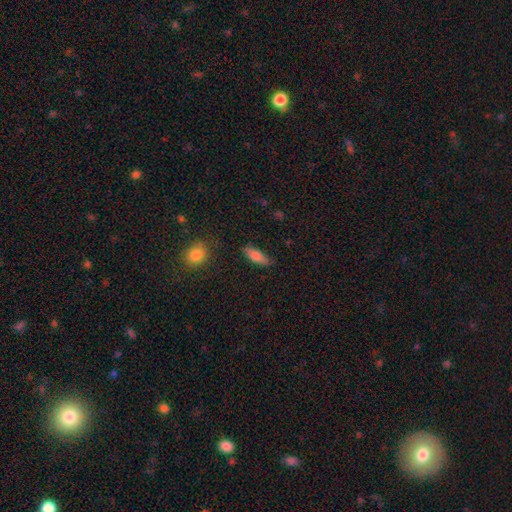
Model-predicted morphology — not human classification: Smooth or featured? Predicted: smooth (p=0.73). How rounded? Predicted: in between (p=0.62). Merging? Predicted: none (p=0.82).